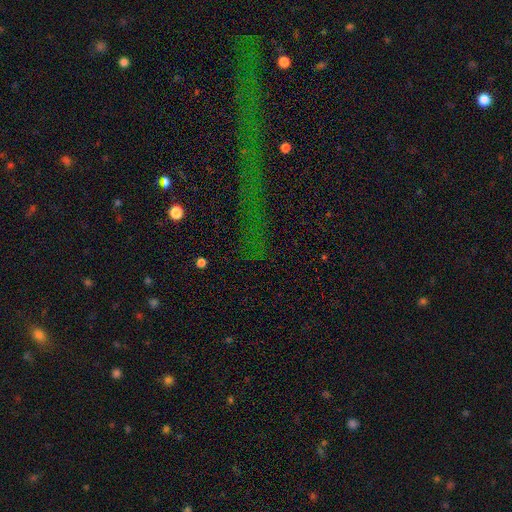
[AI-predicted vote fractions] Morphology: type=star or artifact (74%).